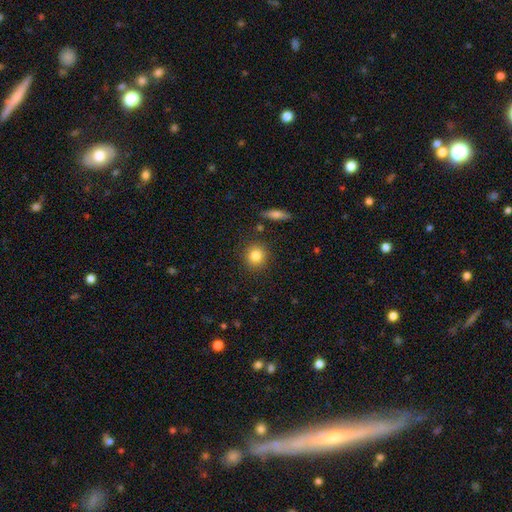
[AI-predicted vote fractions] Smooth or featured? Predicted: smooth (p=0.83). How rounded? Predicted: round (p=0.88). Merging? Predicted: none (p=0.87).